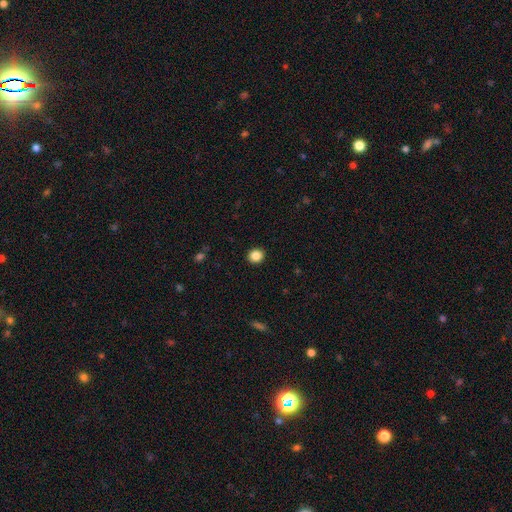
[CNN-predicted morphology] smooth_or_featured: smooth (p=0.86) [alt: star or artifact p=0.10]
how_rounded: round (p=0.85) [alt: in between p=0.14]
merging: none (p=0.92) [alt: minor disturbance p=0.05]